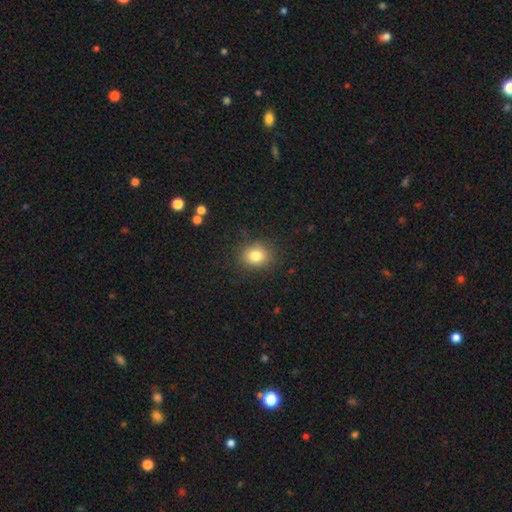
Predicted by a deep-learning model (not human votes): Smooth or featured?
  - smooth: 81% *
  - star or artifact: 12%
  - featured or disk: 8%
How rounded?
  - round: 68% *
  - in between: 31%
  - cigar-shaped: 1%
Merging?
  - none: 87% *
  - minor disturbance: 9%
  - major disturbance: 3%
  - merger: 1%